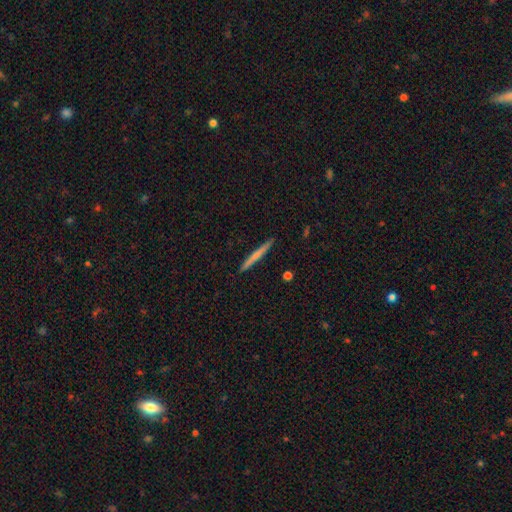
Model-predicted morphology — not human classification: A smooth galaxy with no disk features (55%) that is cigar-shaped (96%).

Vote fractions:
- Smooth or featured? smooth: 55% / featured or disk: 39% / star or artifact: 6%
- How rounded? cigar-shaped: 96% / in between: 2% / round: 2%
- Merging? none: 92% / minor disturbance: 6% / major disturbance: 1% / merger: 1%